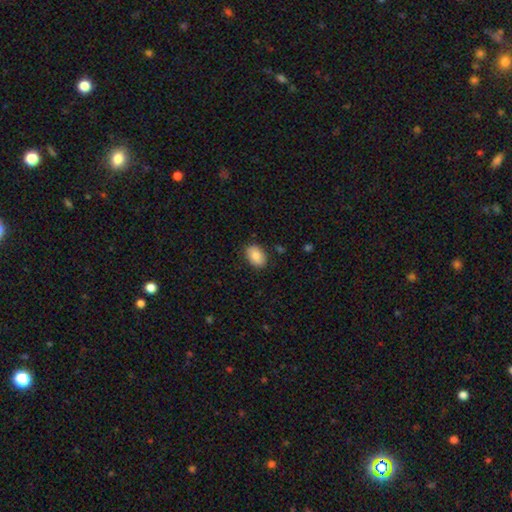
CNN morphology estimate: smooth-or-featured: smooth: 84% | featured or disk: 9% | star or artifact: 7%
  how-rounded: in between: 84% | round: 15% | cigar-shaped: 1%
  merging: none: 86% | minor disturbance: 11% | major disturbance: 2% | merger: 1%